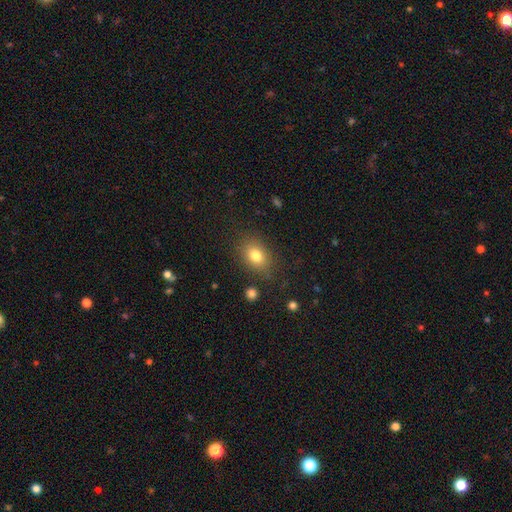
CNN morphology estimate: This appears to be a smooth galaxy with no disk features (78%) that is in between round and cigar-shaped (66%). Merging: none (82%).